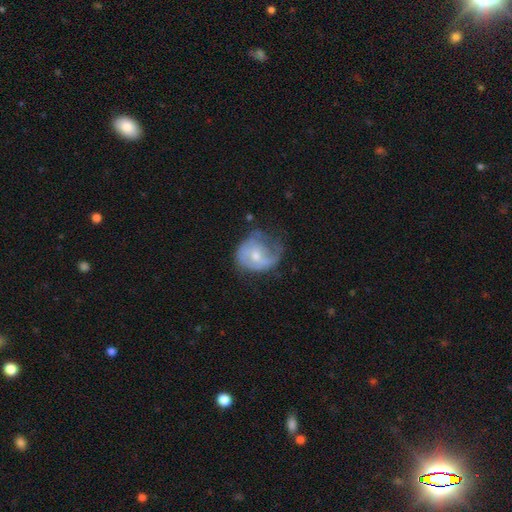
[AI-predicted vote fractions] This appears to be a featured or disk galaxy (59%) with no bar (61%), spiral arms (71%) and a small central bulge (51%). Merging: none (35%).